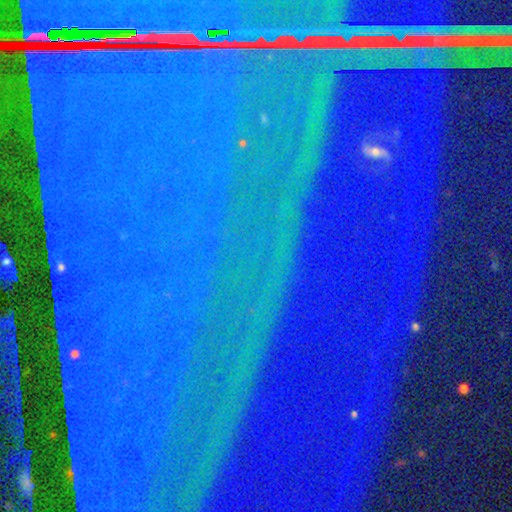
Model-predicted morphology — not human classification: This appears to be a star or artifact, not a galaxy (86%).